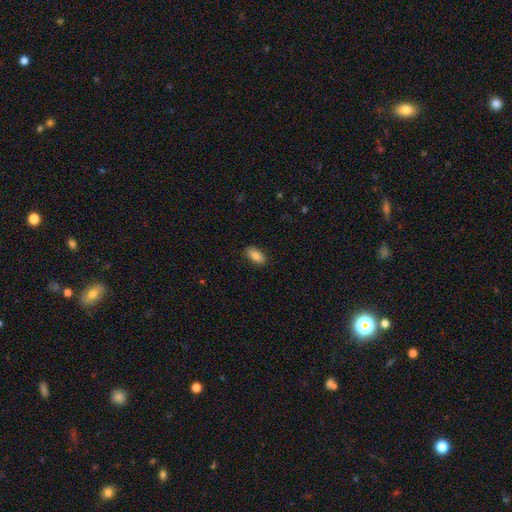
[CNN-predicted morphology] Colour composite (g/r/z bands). It shows a smooth galaxy with no disk features (83%) that is in between round and cigar-shaped (92%). Merging: none (88%).